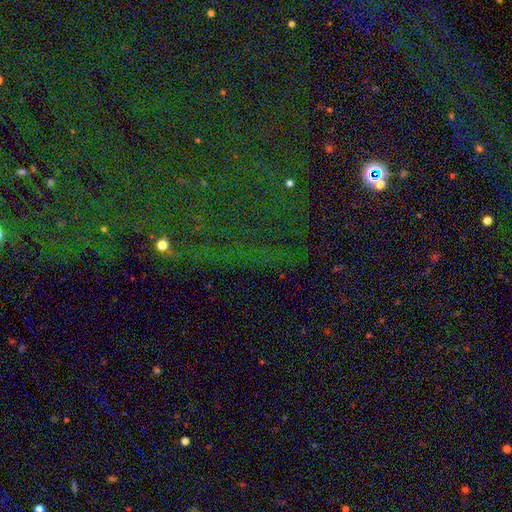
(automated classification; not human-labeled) Overall: star or artifact (82%).